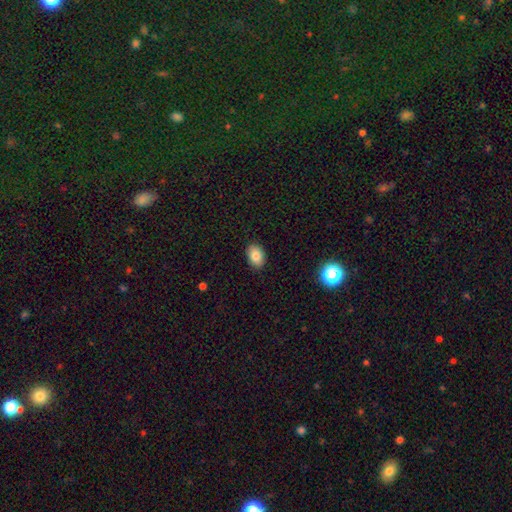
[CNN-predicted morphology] Overall: smooth (84%). How rounded: in between (82%). Merging: none (88%).